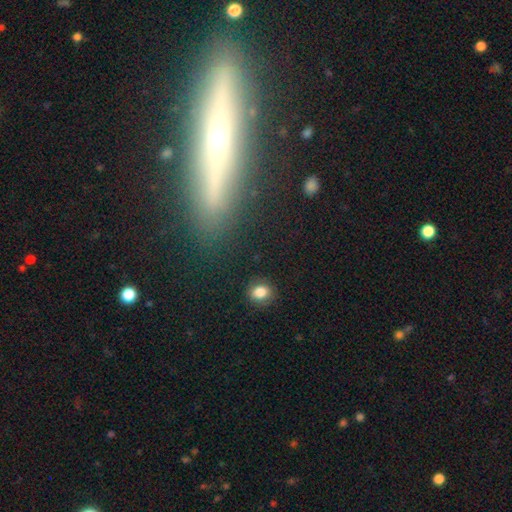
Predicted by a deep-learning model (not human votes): featured or disk 57%, smooth 31%, star or artifact 12%. Down the decision tree: edge-on disk — yes (84%); merging — none (84%).